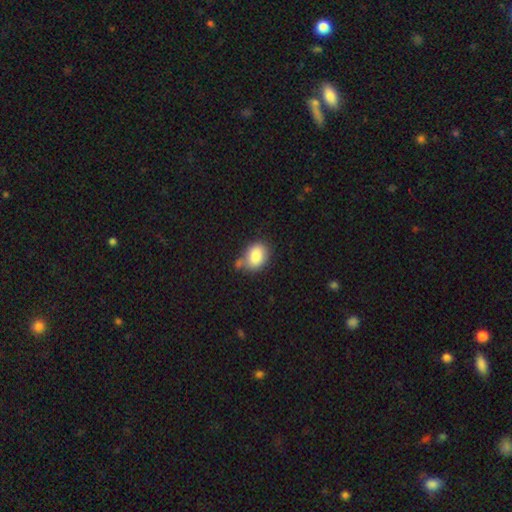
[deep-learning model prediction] smooth_or_featured: smooth (p=0.86) [alt: star or artifact p=0.08]
how_rounded: in between (p=0.71) [alt: round p=0.28]
merging: none (p=0.57) [alt: minor disturbance p=0.22]